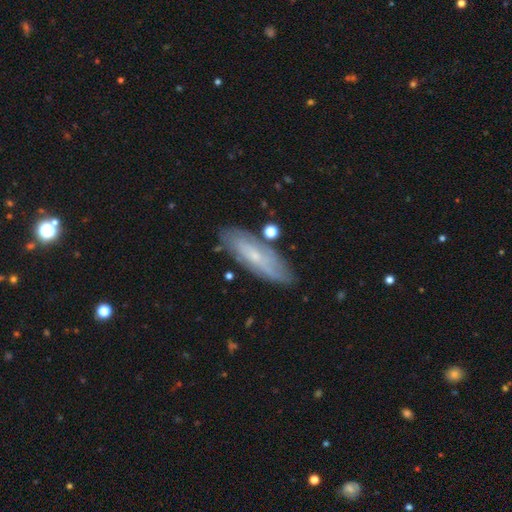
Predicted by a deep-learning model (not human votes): featured or disk 52%, smooth 40%, star or artifact 8%. Down the decision tree: edge-on disk — no (67%); merging — none (79%).